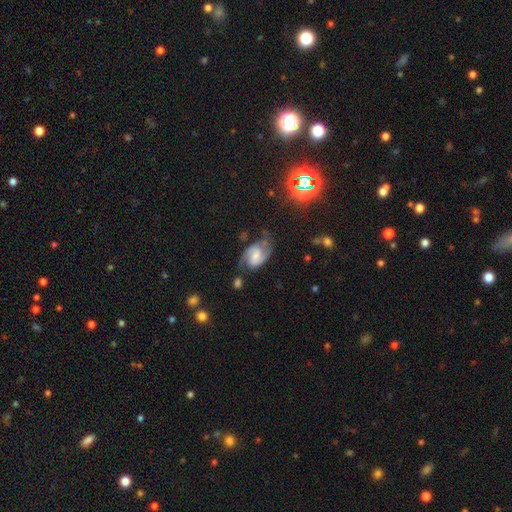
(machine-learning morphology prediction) A featured or disk galaxy (82%) with a weak bar (50%), 2 (90%) medium (53%) spiral arms (96%) and a moderate central bulge (40%).

Vote fractions:
- Smooth or featured? featured or disk: 82% / smooth: 11% / star or artifact: 7%
- Edge-on disk? no: 97% / yes: 3%
- Bar? weak: 50% / no: 32% / strong: 18%
- Spiral arms? yes: 96% / no: 4%
- Spiral winding? medium: 53% / tight: 24% / loose: 23%
- Spiral arm count? 2: 90% / can't tell: 5% / 1: 2% / 3: 1% / 4: 1% / more than 4: 1%
- Bulge size? moderate: 40% / small: 38% / none: 12% / large: 8% / dominant: 2%
- Merging? none: 64% / minor disturbance: 22% / major disturbance: 11% / merger: 4%